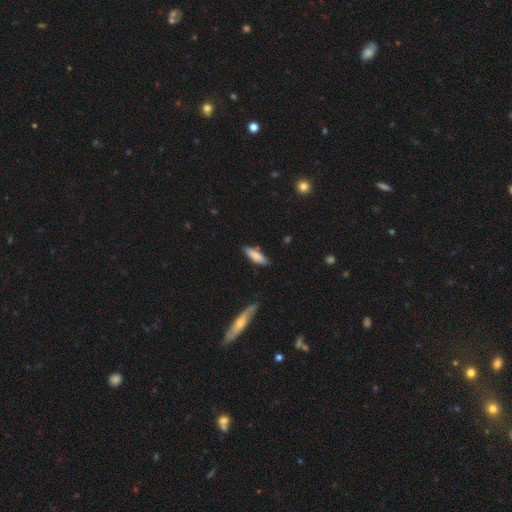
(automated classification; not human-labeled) The model was most divided on "how rounded": cigar-shaped: 54%, in between: 44%, round: 2%. More confident: smooth or featured — smooth (80%); merging — none (79%).